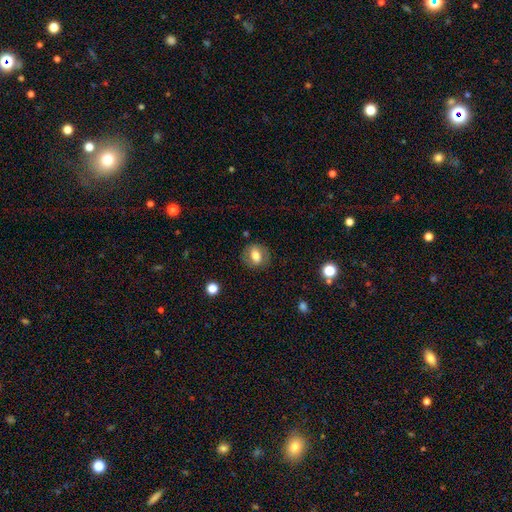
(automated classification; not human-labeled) smooth 68%, featured or disk 24%, star or artifact 9%. Down the decision tree: how rounded — round (52%); merging — none (81%).